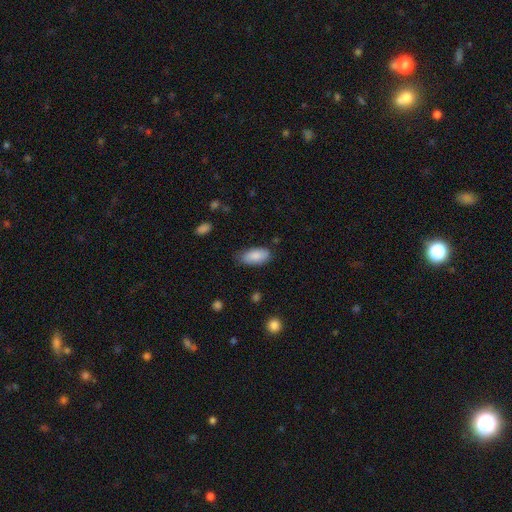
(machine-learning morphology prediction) Smooth or featured?
  - smooth: 86% *
  - featured or disk: 8%
  - star or artifact: 6%
How rounded?
  - in between: 92% *
  - cigar-shaped: 6%
  - round: 2%
Merging?
  - none: 74% *
  - minor disturbance: 20%
  - major disturbance: 4%
  - merger: 2%